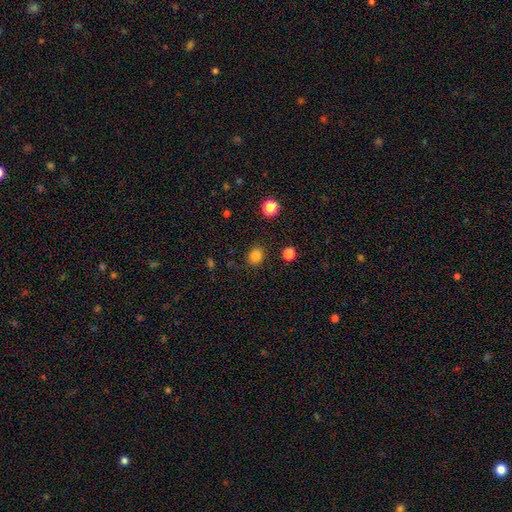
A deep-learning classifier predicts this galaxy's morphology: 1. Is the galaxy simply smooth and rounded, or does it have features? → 83% smooth, 12% star or artifact, 5% featured or disk.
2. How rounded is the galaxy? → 69% round, 30% in between, 1% cigar-shaped.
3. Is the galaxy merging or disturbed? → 87% none, 9% minor disturbance, 3% major disturbance, 2% merger.